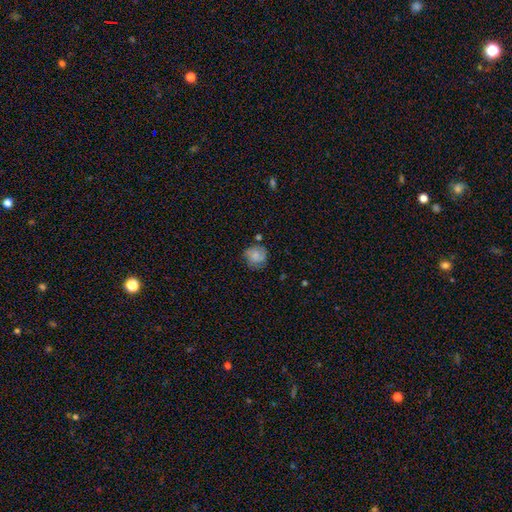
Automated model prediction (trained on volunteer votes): Q: Smooth or featured?
A: smooth (64%); runner-up: featured or disk (27%)
Q: How rounded?
A: round (84%); runner-up: in between (15%)
Q: Merging?
A: none (66%); runner-up: minor disturbance (23%)